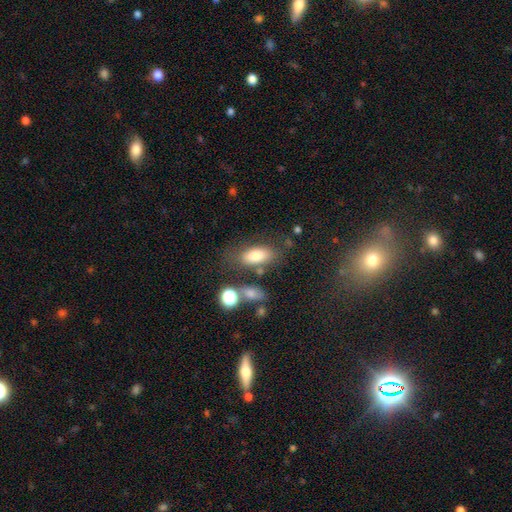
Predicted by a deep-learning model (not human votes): The model was most divided on "merging": none: 67%, minor disturbance: 16%, merger: 9%, major disturbance: 8%. More confident: how rounded — in between (85%); smooth or featured — smooth (78%).